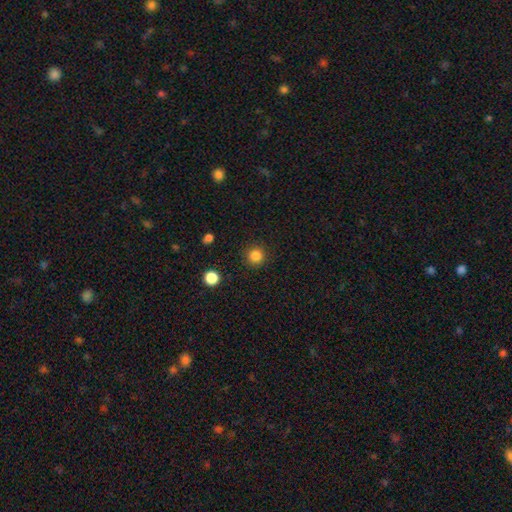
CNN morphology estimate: This appears to be a smooth galaxy with no disk features (84%) that is round (95%). Merging: none (91%).